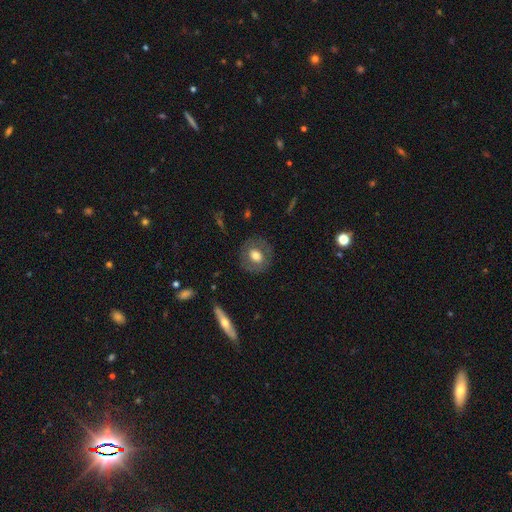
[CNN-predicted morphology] Smooth or featured? Predicted: smooth (p=0.60). How rounded? Predicted: round (p=0.71). Merging? Predicted: none (p=0.83).